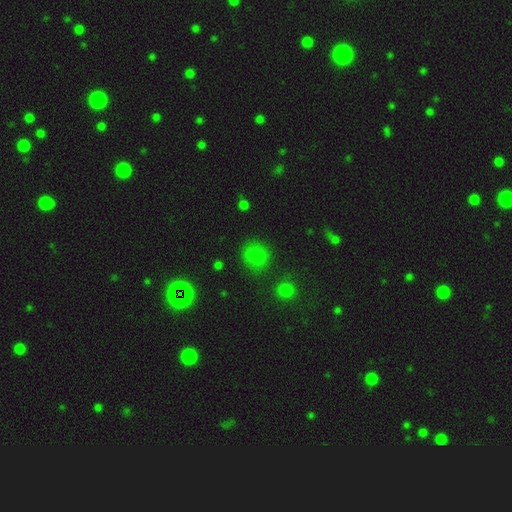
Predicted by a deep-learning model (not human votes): Smooth or featured?
  - smooth: 76% *
  - star or artifact: 17%
  - featured or disk: 7%
How rounded?
  - round: 83% *
  - in between: 16%
  - cigar-shaped: 1%
Merging?
  - none: 81% *
  - minor disturbance: 11%
  - major disturbance: 4%
  - merger: 4%